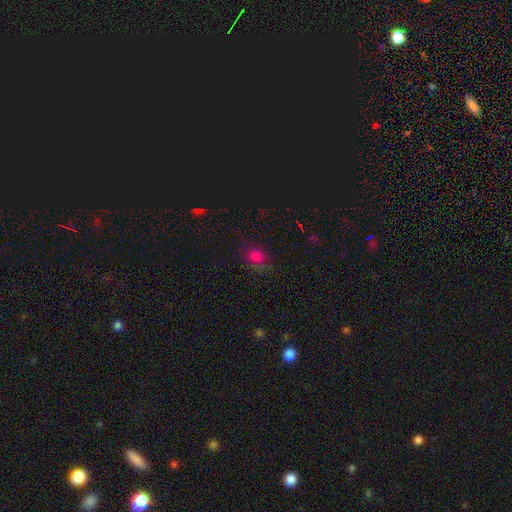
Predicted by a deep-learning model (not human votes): smooth_or_featured: smooth (p=0.71) [alt: star or artifact p=0.23]
how_rounded: round (p=0.60) [alt: in between p=0.38]
merging: none (p=0.70) [alt: minor disturbance p=0.21]